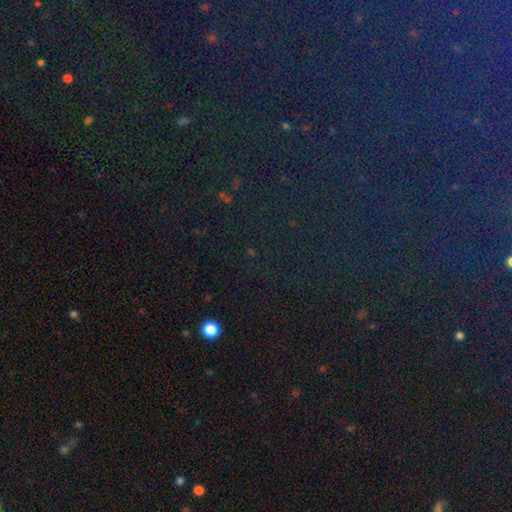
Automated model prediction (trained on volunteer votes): Smooth or featured: star or artifact — 83% (smooth — 9%)